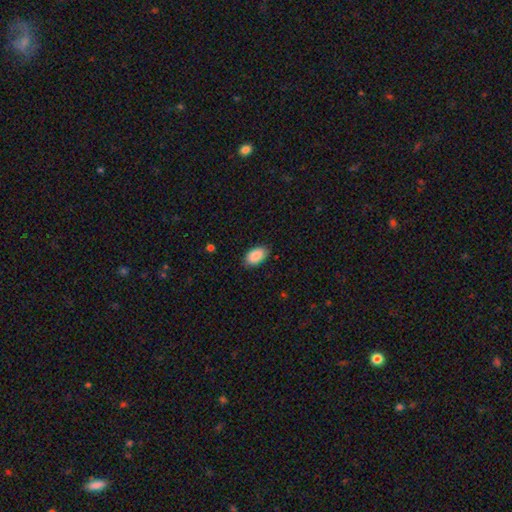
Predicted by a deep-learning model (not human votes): Smooth or featured?
  - smooth: 89% *
  - star or artifact: 6%
  - featured or disk: 5%
How rounded?
  - in between: 94% *
  - round: 5%
  - cigar-shaped: 2%
Merging?
  - none: 81% *
  - minor disturbance: 15%
  - major disturbance: 3%
  - merger: 1%